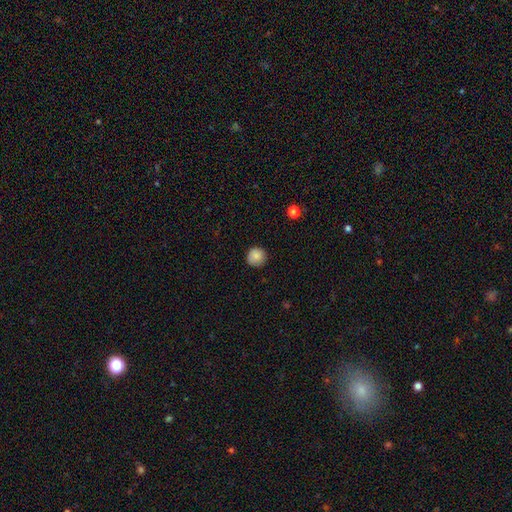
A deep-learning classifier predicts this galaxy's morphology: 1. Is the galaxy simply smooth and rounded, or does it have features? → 86% smooth, 9% star or artifact, 5% featured or disk.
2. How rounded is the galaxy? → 94% round, 5% in between, 1% cigar-shaped.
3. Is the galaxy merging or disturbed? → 89% none, 8% minor disturbance, 2% major disturbance, 1% merger.